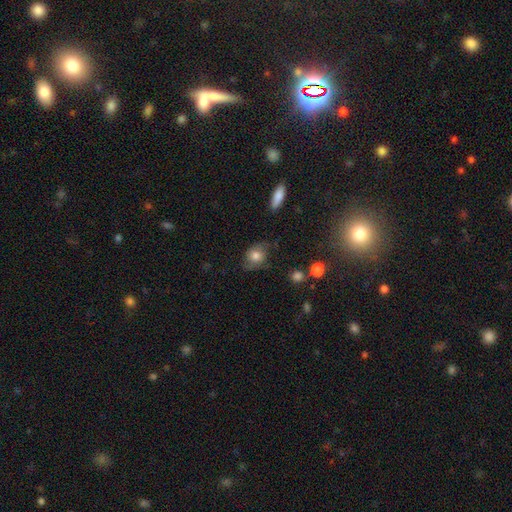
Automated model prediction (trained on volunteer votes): A smooth galaxy with no disk features (69%) that is in between round and cigar-shaped (55%).

Vote fractions:
- Smooth or featured? smooth: 69% / featured or disk: 22% / star or artifact: 9%
- How rounded? in between: 55% / round: 43% / cigar-shaped: 2%
- Merging? none: 65% / minor disturbance: 24% / major disturbance: 8% / merger: 2%